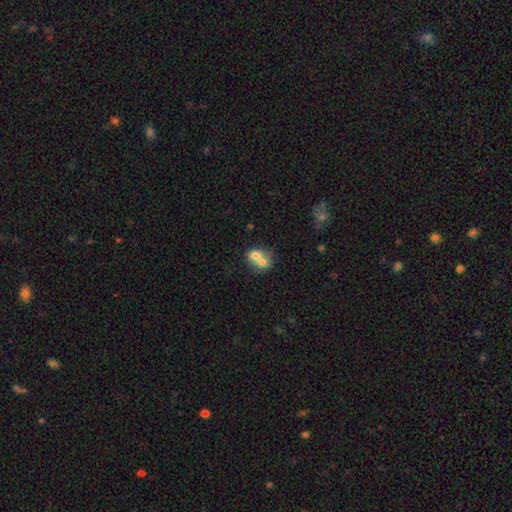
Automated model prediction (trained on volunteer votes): smooth_or_featured: smooth (p=0.68) [alt: featured or disk p=0.23]
how_rounded: round (p=0.50) [alt: in between p=0.49]
merging: merger (p=0.73) [alt: none p=0.19]